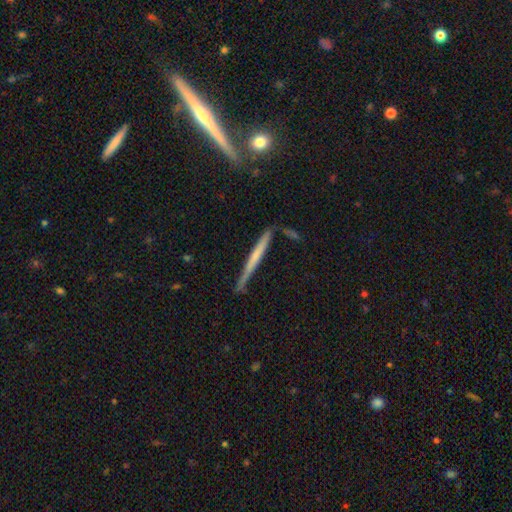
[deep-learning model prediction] Smooth or featured: featured or disk — 48% (smooth — 46%)
Merging: none — 81% (minor disturbance — 13%)